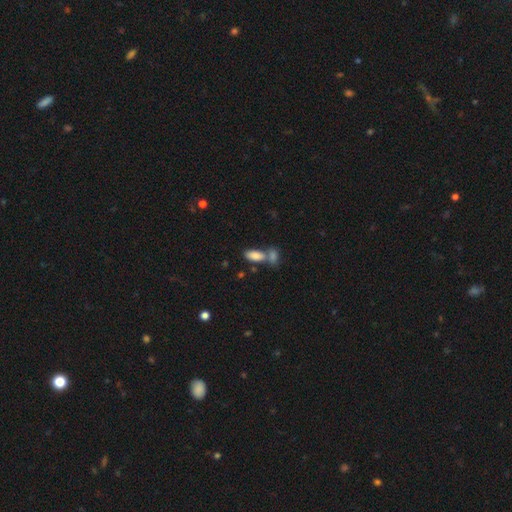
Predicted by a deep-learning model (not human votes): Morphology: type=smooth (84%); roundness=in between (90%); merging=merger (44%, tied with none).